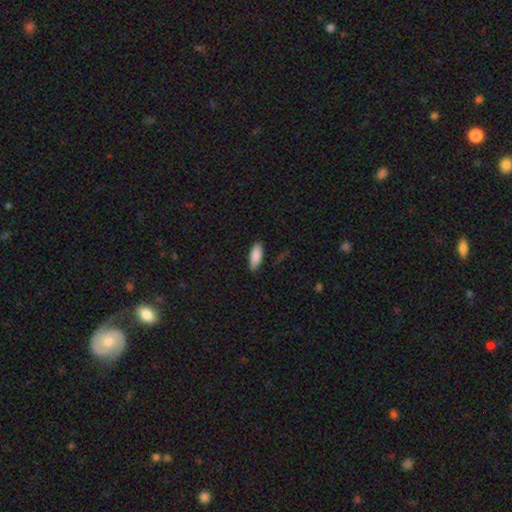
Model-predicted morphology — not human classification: smooth_or_featured: smooth (p=0.88) [alt: star or artifact p=0.06]
how_rounded: in between (p=0.82) [alt: cigar-shaped p=0.17]
merging: none (p=0.83) [alt: minor disturbance p=0.13]